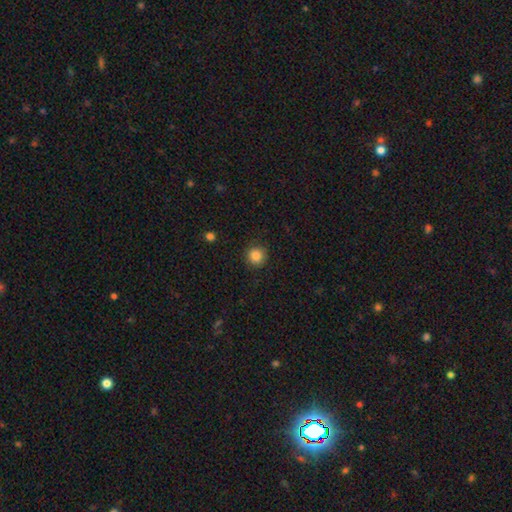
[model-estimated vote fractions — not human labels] Smooth or featured? Predicted: smooth (p=0.85). How rounded? Predicted: round (p=0.93). Merging? Predicted: none (p=0.90).